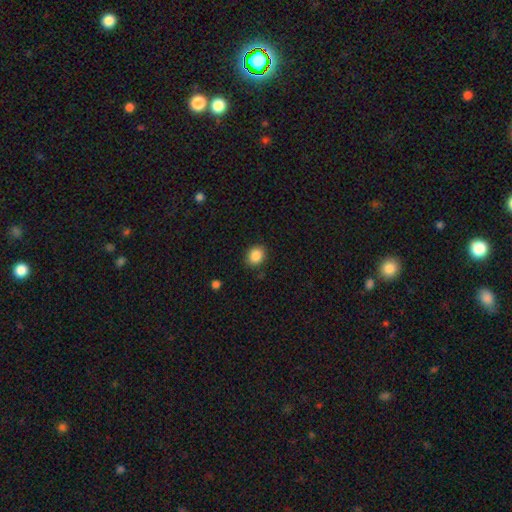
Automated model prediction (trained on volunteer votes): smooth 87%, star or artifact 9%, featured or disk 4%. Down the decision tree: how rounded — round (58%); merging — none (87%).